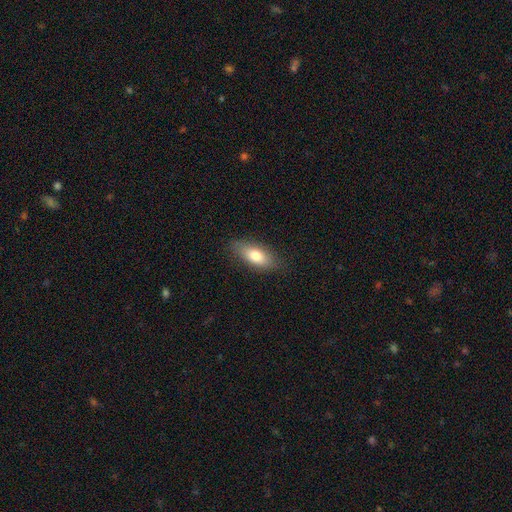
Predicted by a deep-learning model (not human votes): smooth-or-featured: smooth: 76% | featured or disk: 17% | star or artifact: 7%
  how-rounded: in between: 81% | cigar-shaped: 15% | round: 4%
  merging: none: 81% | minor disturbance: 15% | major disturbance: 3% | merger: 1%